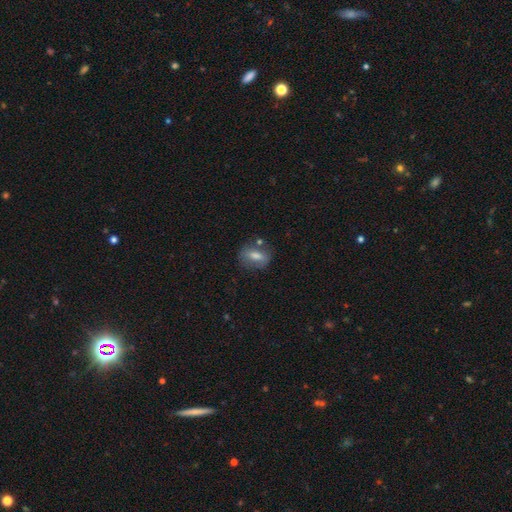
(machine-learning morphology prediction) type=smooth (61%); roundness=in between (65%); merging=none (68%).